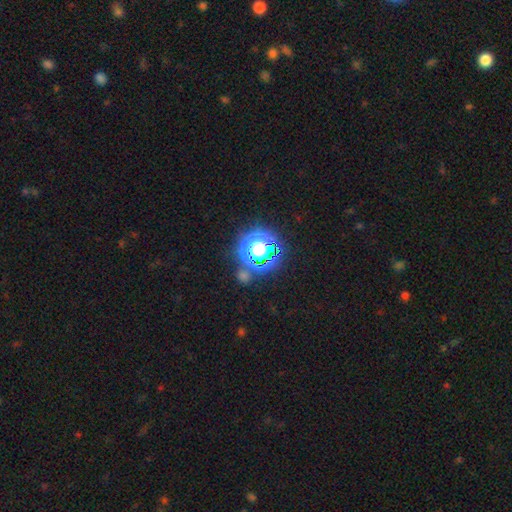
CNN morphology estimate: This is likely a star or artifact rather than a galaxy (74%).